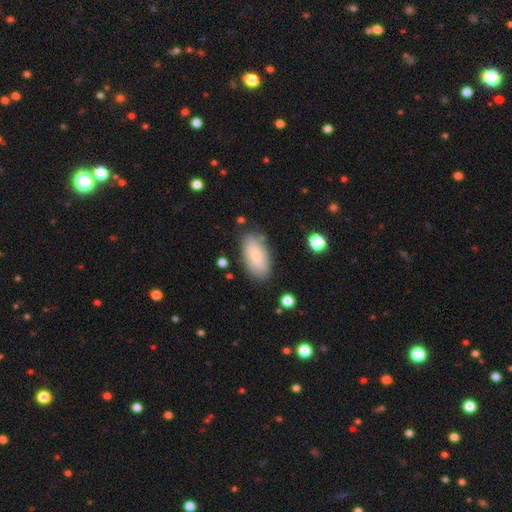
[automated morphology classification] smooth_or_featured: smooth (p=0.62) [alt: featured or disk p=0.31]
how_rounded: in between (p=0.90) [alt: cigar-shaped p=0.07]
merging: none (p=0.77) [alt: minor disturbance p=0.17]